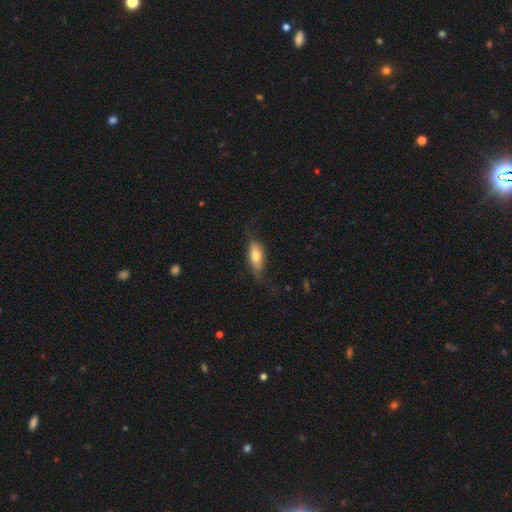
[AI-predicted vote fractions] smooth 62%, featured or disk 32%, star or artifact 6%. Down the decision tree: how rounded — in between (69%); merging — none (62%).